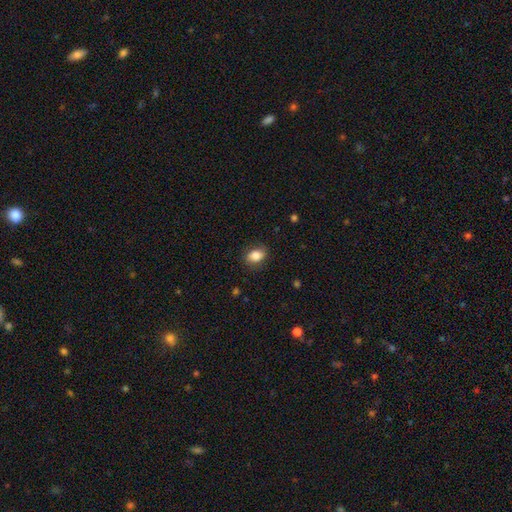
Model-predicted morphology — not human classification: Smooth or featured?
  - smooth: 83% *
  - featured or disk: 9%
  - star or artifact: 8%
How rounded?
  - in between: 72% *
  - round: 27%
  - cigar-shaped: 1%
Merging?
  - none: 81% *
  - minor disturbance: 14%
  - major disturbance: 4%
  - merger: 1%